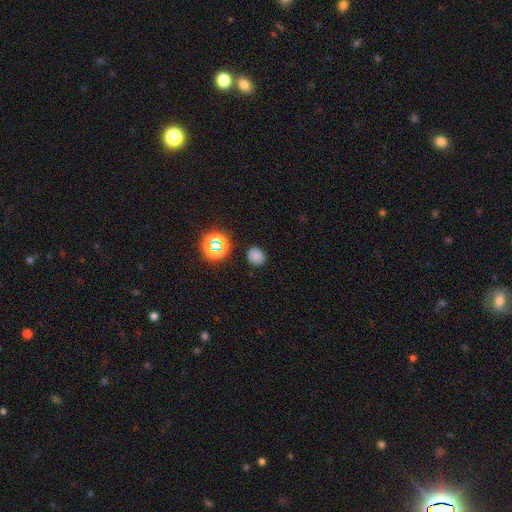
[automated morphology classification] Smooth or featured? smooth (75%)
How rounded? round (70%)
Merging? none (85%)